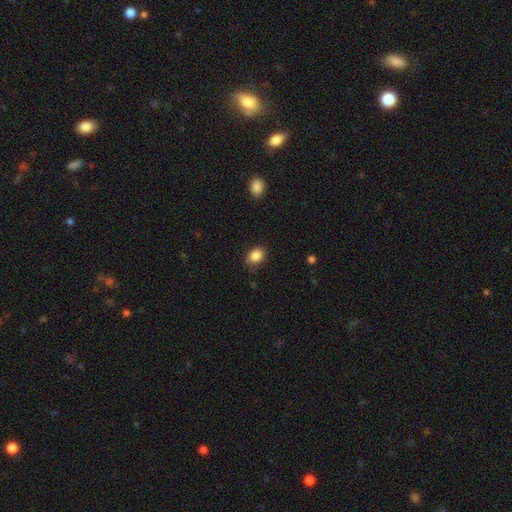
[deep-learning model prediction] A smooth galaxy with no disk features (87%) that is in between round and cigar-shaped (66%).

Vote fractions:
- Smooth or featured? smooth: 87% / star or artifact: 9% / featured or disk: 4%
- How rounded? in between: 66% / round: 33% / cigar-shaped: 1%
- Merging? none: 79% / minor disturbance: 17% / major disturbance: 3% / merger: 1%